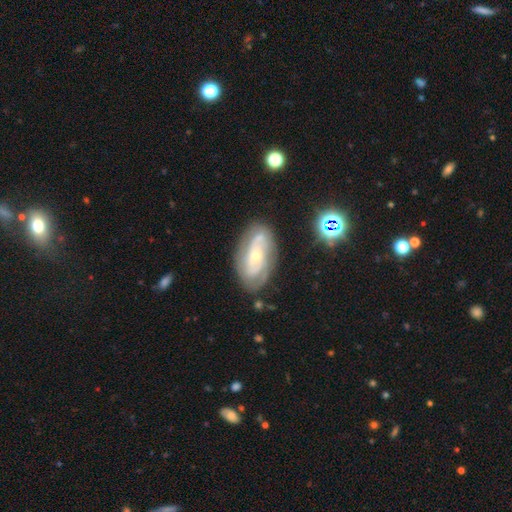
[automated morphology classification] A featured or disk galaxy (76%) with no bar (64%), 2 (48%) tight (55%) spiral arms (86%) and a small central bulge (68%).

Vote fractions:
- Smooth or featured? featured or disk: 76% / smooth: 17% / star or artifact: 7%
- Edge-on disk? no: 94% / yes: 6%
- Bar? no: 64% / weak: 25% / strong: 11%
- Spiral arms? yes: 86% / no: 14%
- Spiral winding? tight: 55% / medium: 32% / loose: 12%
- Spiral arm count? 2: 48% / can't tell: 32% / 3: 11% / 1: 4% / 4: 3% / more than 4: 3%
- Bulge size? small: 68% / moderate: 28% / large: 2% / none: 1% / dominant: 1%
- Merging? none: 74% / minor disturbance: 17% / major disturbance: 6% / merger: 3%